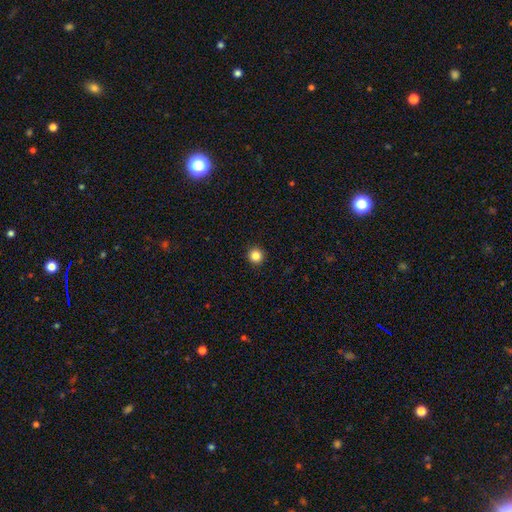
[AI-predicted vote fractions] Morphology: type=smooth (85%); roundness=round (95%); merging=none (94%).